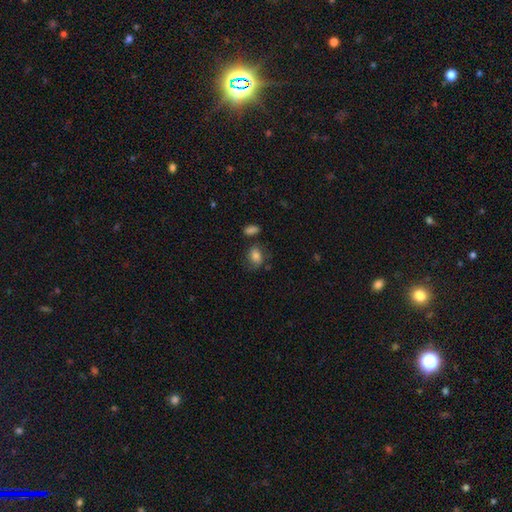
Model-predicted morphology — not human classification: A smooth galaxy with no disk features (72%) that is in between round and cigar-shaped (67%).

Vote fractions:
- Smooth or featured? smooth: 72% / featured or disk: 18% / star or artifact: 10%
- How rounded? in between: 67% / round: 32% / cigar-shaped: 2%
- Merging? none: 58% / minor disturbance: 24% / major disturbance: 11% / merger: 8%